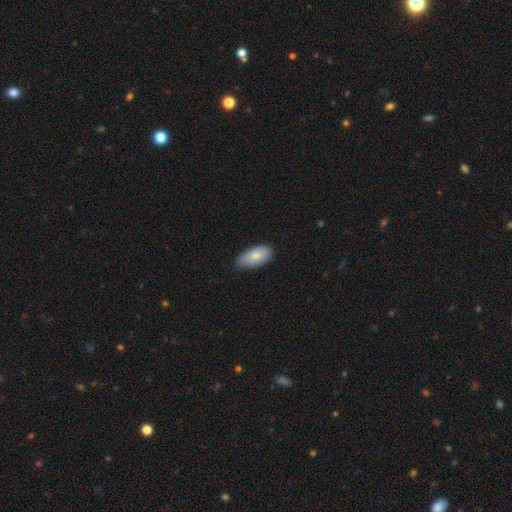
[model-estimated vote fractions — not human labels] A smooth galaxy with no disk features (82%) that is in between round and cigar-shaped (92%).

Vote fractions:
- Smooth or featured? smooth: 82% / featured or disk: 12% / star or artifact: 6%
- How rounded? in between: 92% / cigar-shaped: 5% / round: 2%
- Merging? none: 73% / minor disturbance: 23% / major disturbance: 3% / merger: 1%